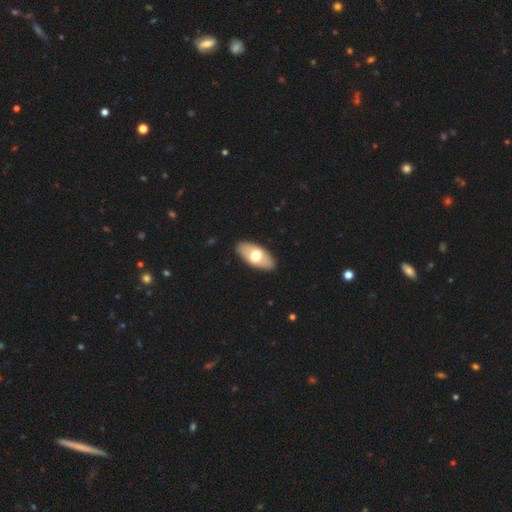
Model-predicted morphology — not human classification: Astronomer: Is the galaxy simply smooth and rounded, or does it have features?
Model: smooth — 60% (runner-up: featured or disk, 35%).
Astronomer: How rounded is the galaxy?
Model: in between — 91%.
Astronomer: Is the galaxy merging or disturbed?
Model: none — 89%.